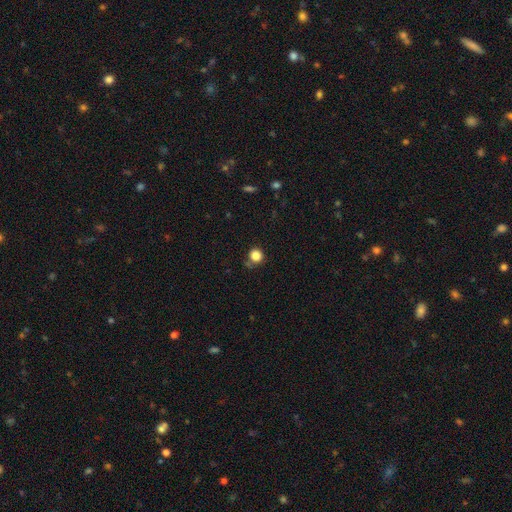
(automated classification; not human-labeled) Smooth or featured?
  - smooth: 85% *
  - star or artifact: 11%
  - featured or disk: 4%
How rounded?
  - round: 91% *
  - in between: 8%
  - cigar-shaped: 1%
Merging?
  - none: 76% *
  - minor disturbance: 15%
  - merger: 5%
  - major disturbance: 4%